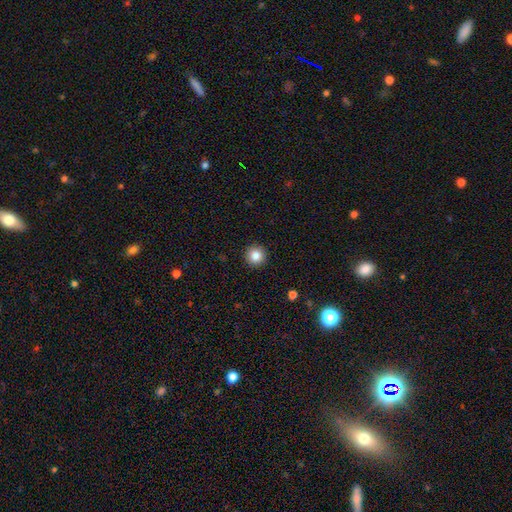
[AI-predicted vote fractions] A smooth galaxy with no disk features (85%) that is round (95%).

Vote fractions:
- Smooth or featured? smooth: 85% / star or artifact: 10% / featured or disk: 5%
- How rounded? round: 95% / in between: 4% / cigar-shaped: 1%
- Merging? none: 92% / minor disturbance: 5% / major disturbance: 2% / merger: 1%